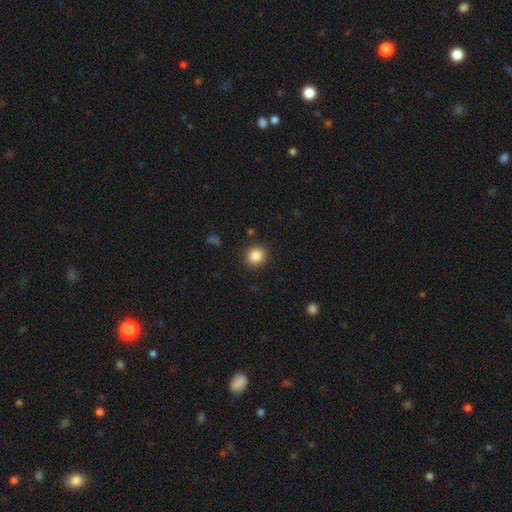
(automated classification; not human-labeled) Overall: smooth (86%). How rounded: round (87%). Merging: none (90%).